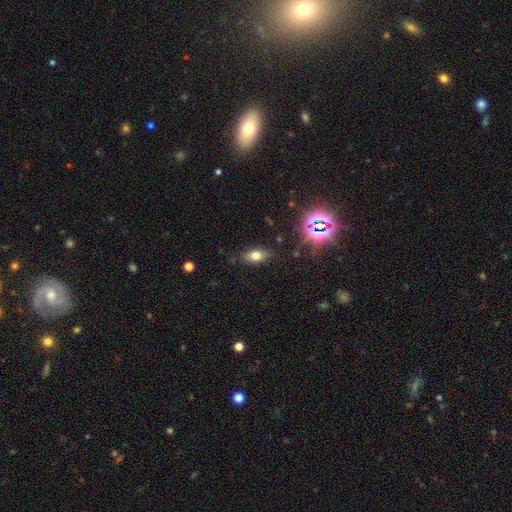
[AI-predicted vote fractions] smooth-or-featured: smooth: 72% | star or artifact: 16% | featured or disk: 12%
  how-rounded: in between: 84% | round: 11% | cigar-shaped: 5%
  merging: none: 83% | minor disturbance: 12% | major disturbance: 3% | merger: 2%